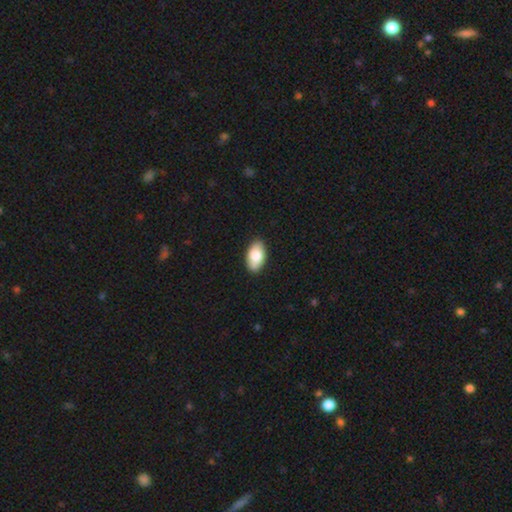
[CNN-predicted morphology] smooth-or-featured: smooth: 82% | featured or disk: 12% | star or artifact: 6%
  how-rounded: in between: 94% | round: 4% | cigar-shaped: 2%
  merging: none: 88% | minor disturbance: 9% | major disturbance: 2% | merger: 1%